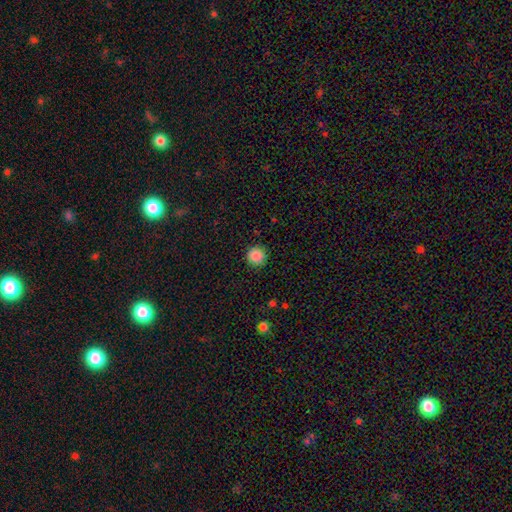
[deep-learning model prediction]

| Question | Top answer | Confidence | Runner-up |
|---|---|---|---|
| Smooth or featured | smooth | 88% | star or artifact (10%) |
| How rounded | round | 95% | in between (4%) |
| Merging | none | 91% | minor disturbance (6%) |